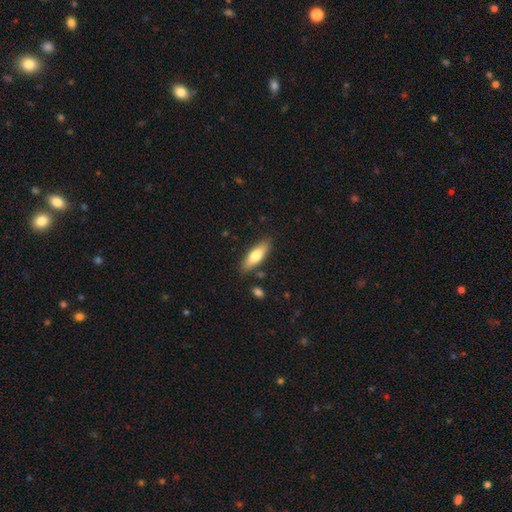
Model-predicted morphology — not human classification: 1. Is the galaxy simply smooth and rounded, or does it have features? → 72% smooth, 22% featured or disk, 6% star or artifact.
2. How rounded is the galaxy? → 55% in between, 43% cigar-shaped, 2% round.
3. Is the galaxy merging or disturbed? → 83% none, 12% minor disturbance, 3% merger, 2% major disturbance.